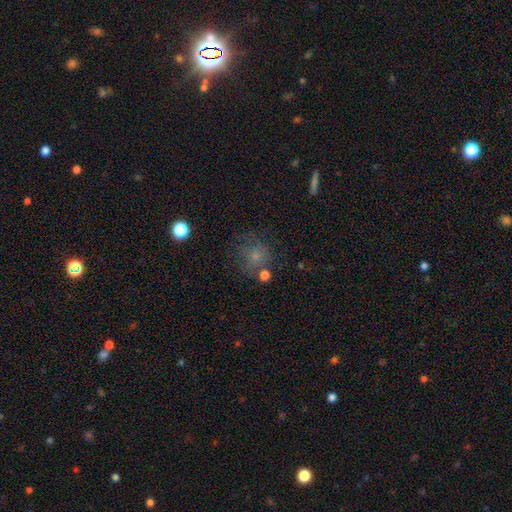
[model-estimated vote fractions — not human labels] A smooth galaxy with no disk features (65%) that is round (86%).

Vote fractions:
- Smooth or featured? smooth: 65% / featured or disk: 18% / star or artifact: 17%
- How rounded? round: 86% / in between: 13% / cigar-shaped: 1%
- Merging? none: 63% / minor disturbance: 18% / major disturbance: 12% / merger: 8%